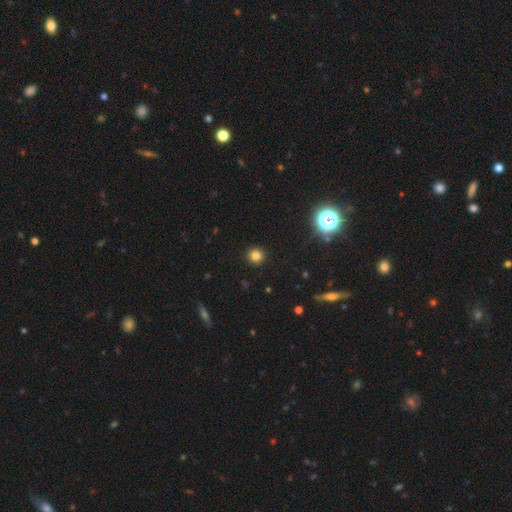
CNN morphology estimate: This appears to be a smooth galaxy with no disk features (80%) that is round (94%). Merging: none (92%).